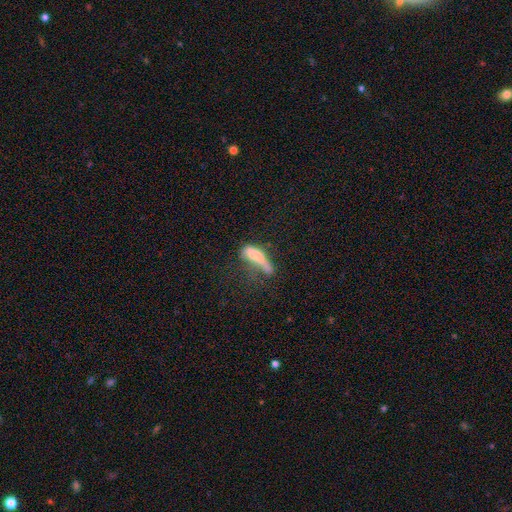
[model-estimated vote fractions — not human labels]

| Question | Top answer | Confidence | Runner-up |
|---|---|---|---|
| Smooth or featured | smooth | 63% | featured or disk (27%) |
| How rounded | cigar-shaped | 59% | in between (38%) |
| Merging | major disturbance | 45% | minor disturbance (22%) |